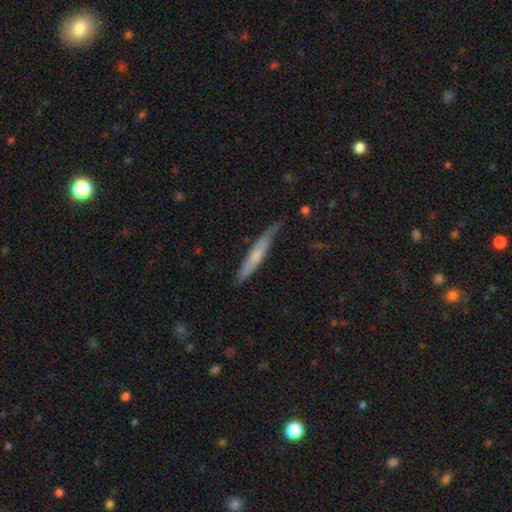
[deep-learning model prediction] smooth-or-featured: smooth: 52% | featured or disk: 42% | star or artifact: 6%
  how-rounded: cigar-shaped: 92% | in between: 7% | round: 2%
  merging: none: 65% | minor disturbance: 27% | major disturbance: 6% | merger: 2%